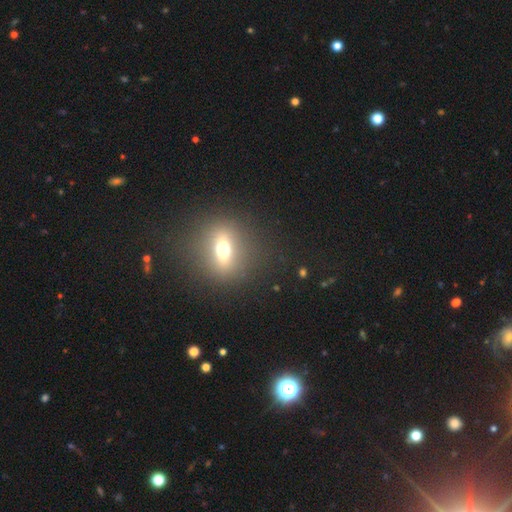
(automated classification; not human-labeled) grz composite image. It shows a featured or disk galaxy (40%). Merging: none (85%).